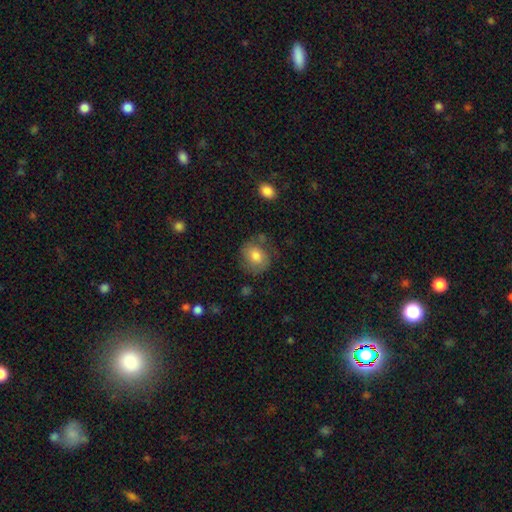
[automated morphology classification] Q: Smooth or featured?
A: smooth (73%); runner-up: featured or disk (19%)
Q: How rounded?
A: round (70%); runner-up: in between (29%)
Q: Merging?
A: none (67%); runner-up: minor disturbance (21%)